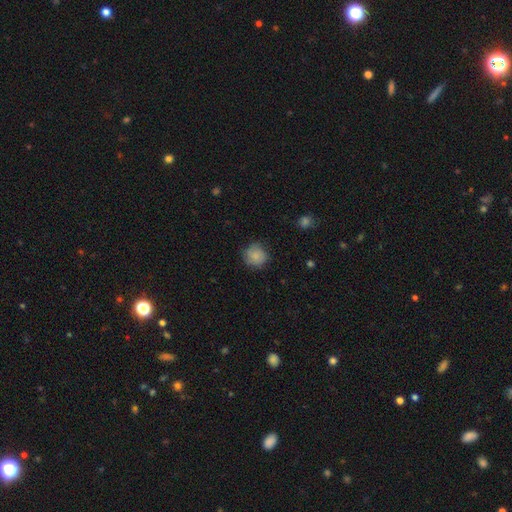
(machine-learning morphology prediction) This is likely a smooth galaxy (79%). How rounded: clearly round (87%). Merging: likely none (72%).